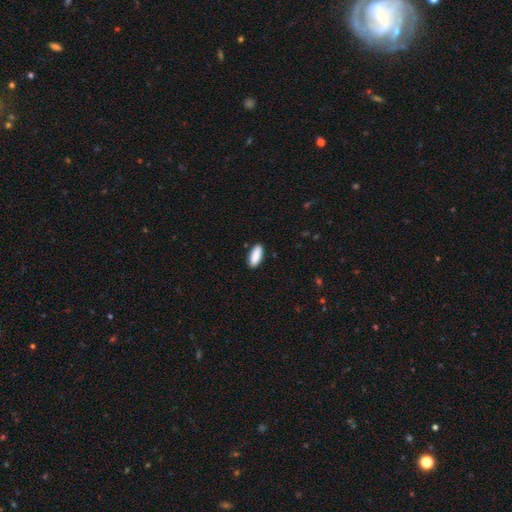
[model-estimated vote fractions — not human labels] Morphology: type=smooth (90%); roundness=in between (80%); merging=none (88%).